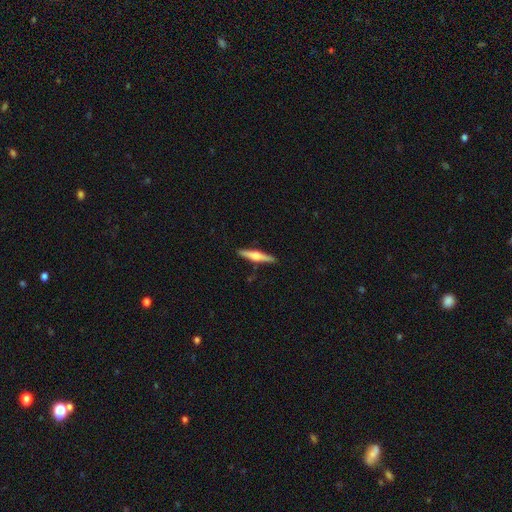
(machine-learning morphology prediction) A featured or disk galaxy (56%) viewed edge-on (97%) with a rounded central bulge (86%).

Vote fractions:
- Smooth or featured? featured or disk: 56% / smooth: 38% / star or artifact: 6%
- Edge-on disk? yes: 97% / no: 3%
- Edge-on bulge? rounded: 86% / boxy: 8% / none: 6%
- Merging? none: 89% / minor disturbance: 8% / major disturbance: 2% / merger: 1%